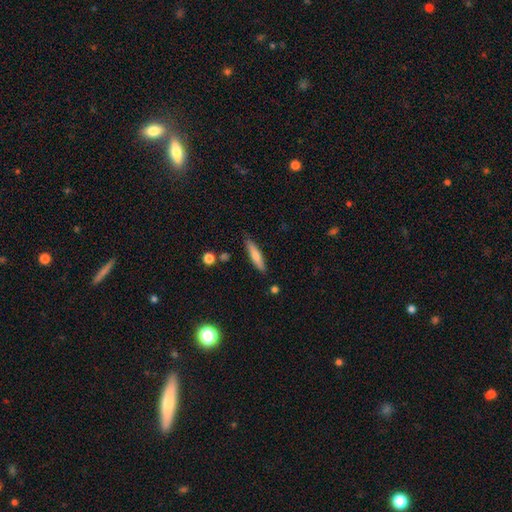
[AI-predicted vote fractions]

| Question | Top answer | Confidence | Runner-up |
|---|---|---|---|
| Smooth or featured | smooth | 69% | featured or disk (25%) |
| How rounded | cigar-shaped | 83% | in between (15%) |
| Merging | none | 85% | minor disturbance (10%) |